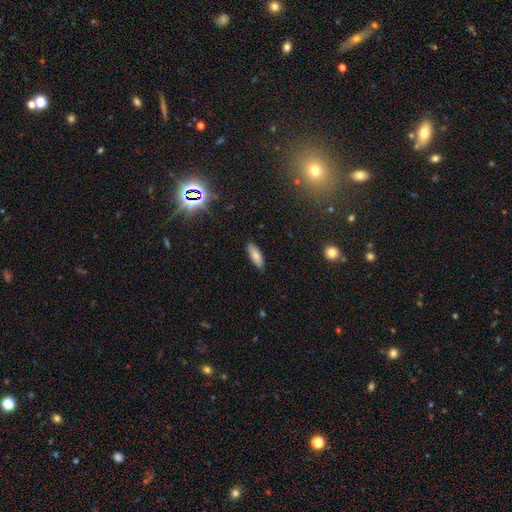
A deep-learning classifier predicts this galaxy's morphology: smooth_or_featured: smooth (p=0.80) [alt: featured or disk p=0.11]
how_rounded: in between (p=0.69) [alt: cigar-shaped p=0.29]
merging: none (p=0.87) [alt: minor disturbance p=0.10]